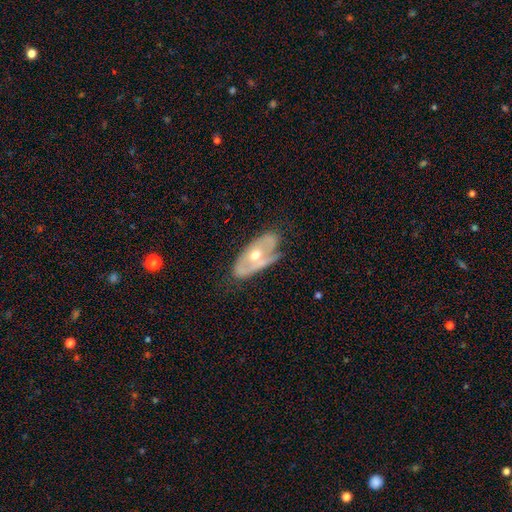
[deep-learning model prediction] Smooth or featured? Predicted: featured or disk (p=0.65). Edge-on disk? Predicted: no (p=0.84). Bar? Predicted: no (p=0.79). Spiral arms? Predicted: no (p=0.54). Bulge size? Predicted: moderate (p=0.67). Merging? Predicted: none (p=0.58).